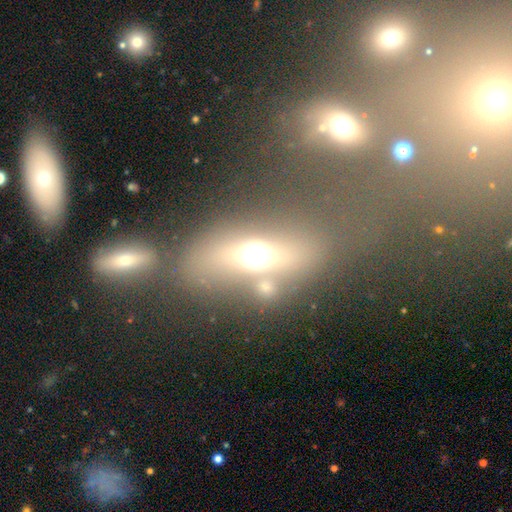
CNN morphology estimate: Smooth or featured: smooth — 46% (featured or disk — 33%)
Merging: none — 47% (merger — 24%)